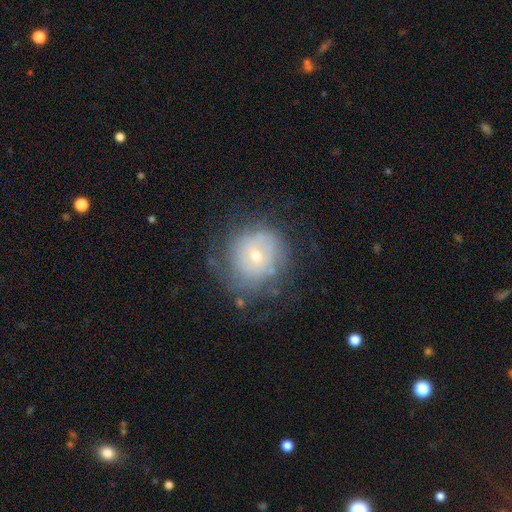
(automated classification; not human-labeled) smooth-or-featured: featured or disk: 48% | smooth: 41% | star or artifact: 11%
  merging: none: 61% | minor disturbance: 22% | major disturbance: 15% | merger: 2%